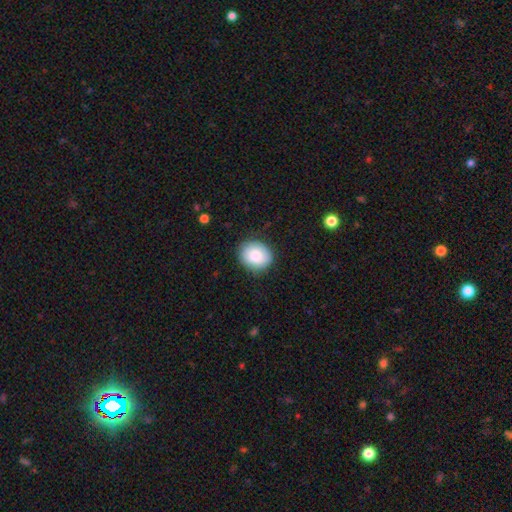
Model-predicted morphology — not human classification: smooth-or-featured: smooth: 83% | featured or disk: 10% | star or artifact: 7%
  how-rounded: round: 61% | in between: 39% | cigar-shaped: 1%
  merging: none: 85% | minor disturbance: 12% | major disturbance: 3% | merger: 1%